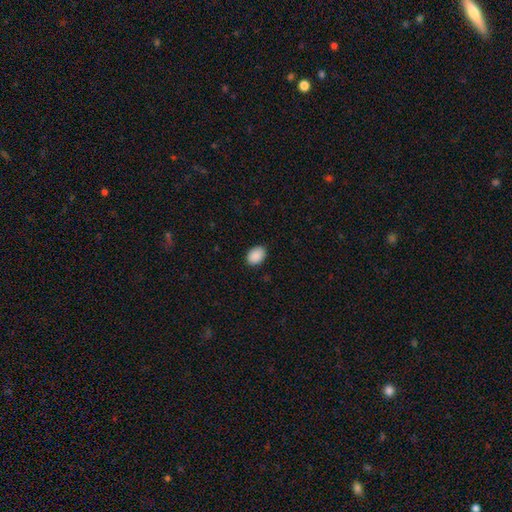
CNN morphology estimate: Smooth or featured: smooth — 91% (star or artifact — 7%)
How rounded: in between — 77% (round — 22%)
Merging: none — 88% (minor disturbance — 9%)